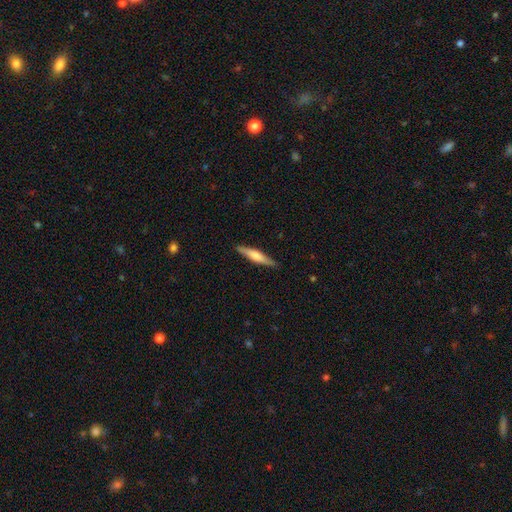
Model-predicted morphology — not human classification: A smooth galaxy with no disk features (52%) that is cigar-shaped (87%).

Vote fractions:
- Smooth or featured? smooth: 52% / featured or disk: 43% / star or artifact: 6%
- How rounded? cigar-shaped: 87% / in between: 12% / round: 2%
- Merging? none: 88% / minor disturbance: 9% / major disturbance: 2% / merger: 1%